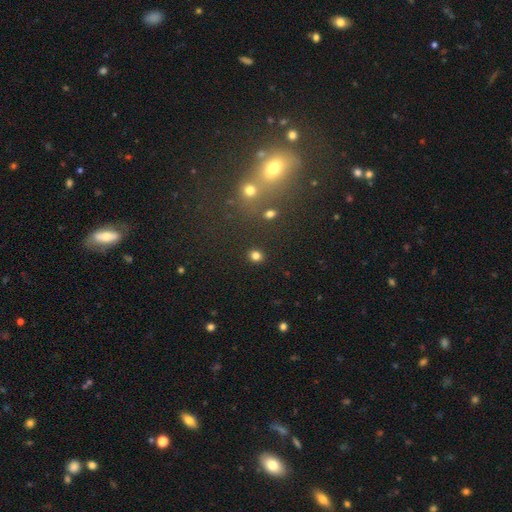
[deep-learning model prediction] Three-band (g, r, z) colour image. It shows a smooth galaxy with no disk features (80%) that is round (77%). Merging: none (88%).